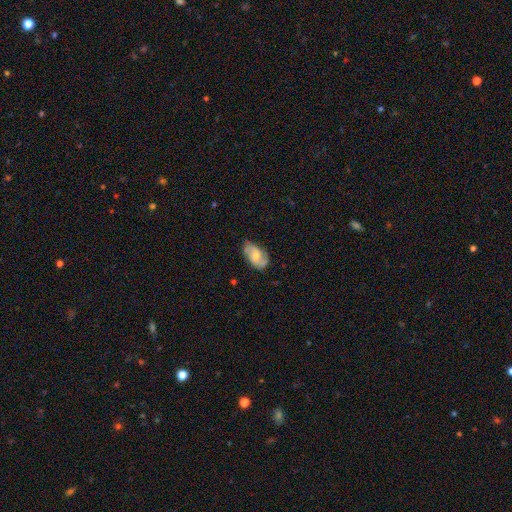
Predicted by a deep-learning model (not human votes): This is possibly a featured or disk galaxy (58%). It is clearly not viewed edge-on (96%). Bar: possibly no (51%). Spiral arm pattern: clearly yes (89%). Central bulge: marginally small (41%, tied with moderate). Merging: likely none (69%).